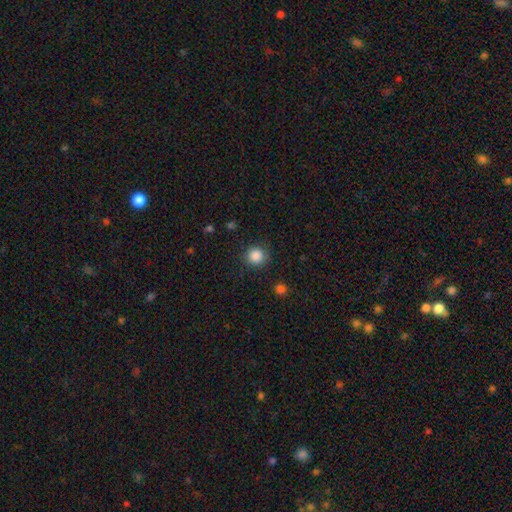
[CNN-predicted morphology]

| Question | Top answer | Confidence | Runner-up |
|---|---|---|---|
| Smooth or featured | smooth | 86% | star or artifact (10%) |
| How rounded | round | 93% | in between (7%) |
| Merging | none | 88% | minor disturbance (8%) |